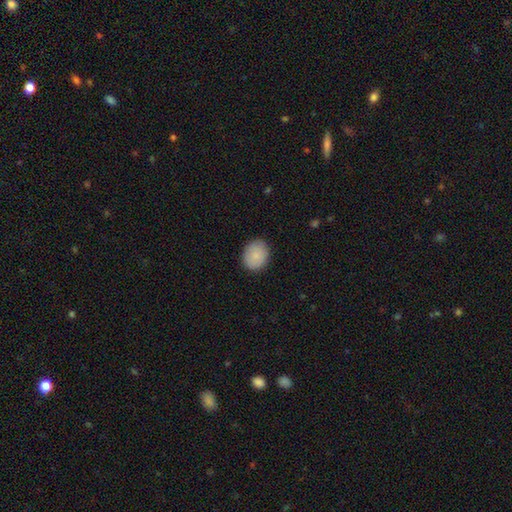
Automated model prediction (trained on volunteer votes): The model was most divided on "how rounded": round: 54%, in between: 45%, cigar-shaped: 1%. More confident: merging — none (87%); smooth or featured — smooth (86%).